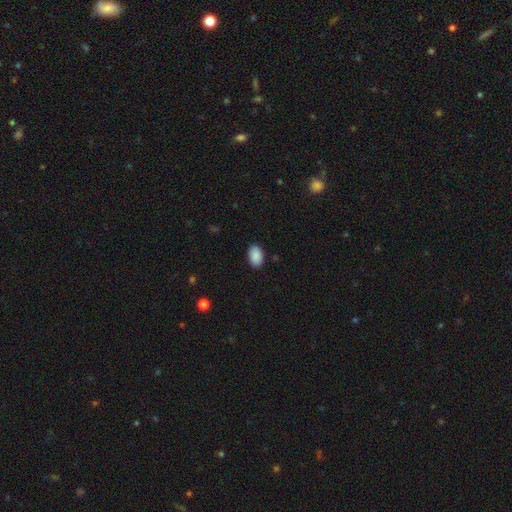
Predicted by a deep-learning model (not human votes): Overall: smooth (90%). How rounded: in between (91%). Merging: none (89%).